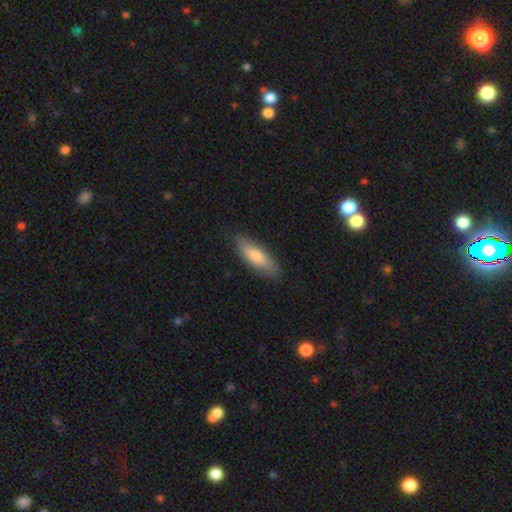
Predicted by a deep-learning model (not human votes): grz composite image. It shows a smooth galaxy with no disk features (74%) that is in between round and cigar-shaped (49%, tied with cigar-shaped). Merging: none (85%).